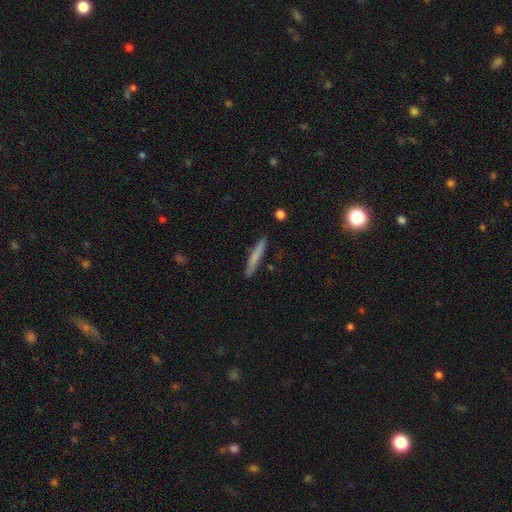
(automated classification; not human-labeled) The model was most divided on "smooth or featured": smooth: 72%, featured or disk: 22%, star or artifact: 6%. More confident: how rounded — cigar-shaped (95%); merging — none (88%).